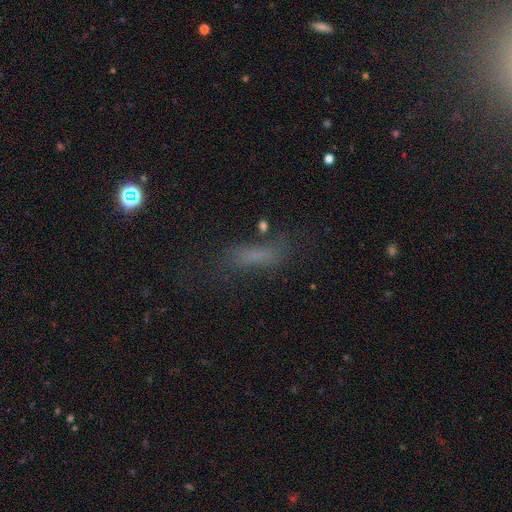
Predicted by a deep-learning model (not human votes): Morphology: type=smooth (63%); roundness=cigar-shaped (57%); merging=none (56%).